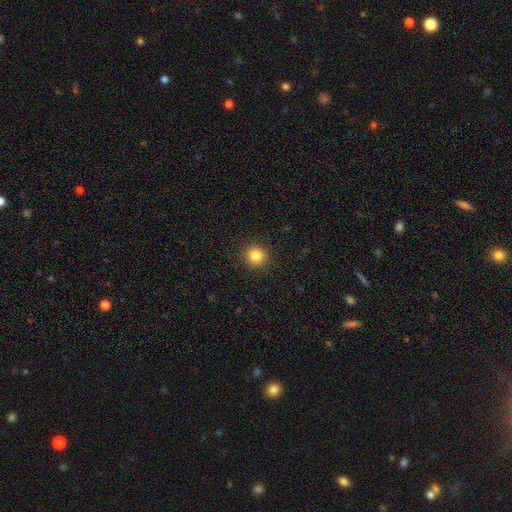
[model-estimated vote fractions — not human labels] Smooth or featured? smooth (84%)
How rounded? round (92%)
Merging? none (91%)